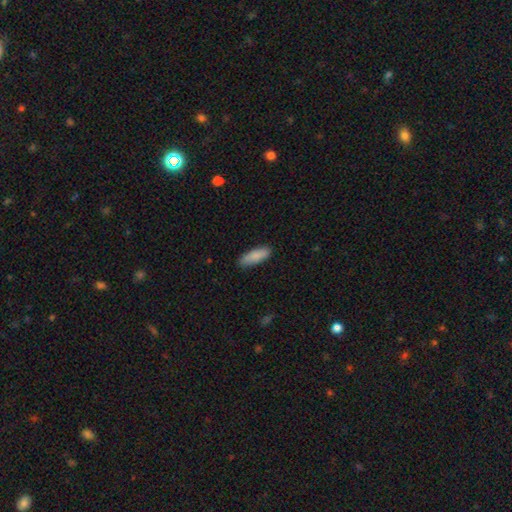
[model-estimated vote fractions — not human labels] smooth 87%, featured or disk 7%, star or artifact 6%. Down the decision tree: how rounded — in between (59%); merging — none (84%).